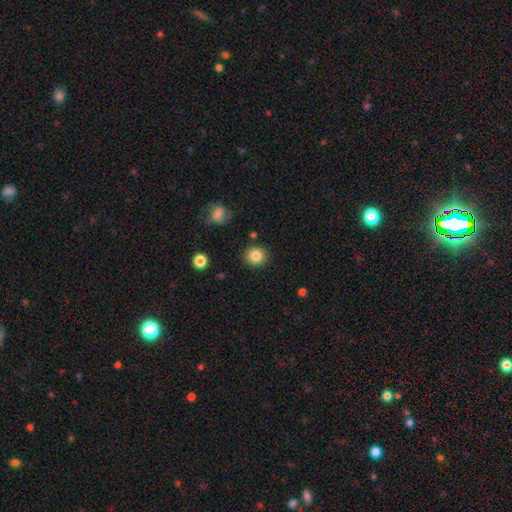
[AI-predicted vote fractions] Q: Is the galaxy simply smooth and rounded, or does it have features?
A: smooth — 84%.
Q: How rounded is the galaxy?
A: round — 86%.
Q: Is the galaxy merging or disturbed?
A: none — 89%.